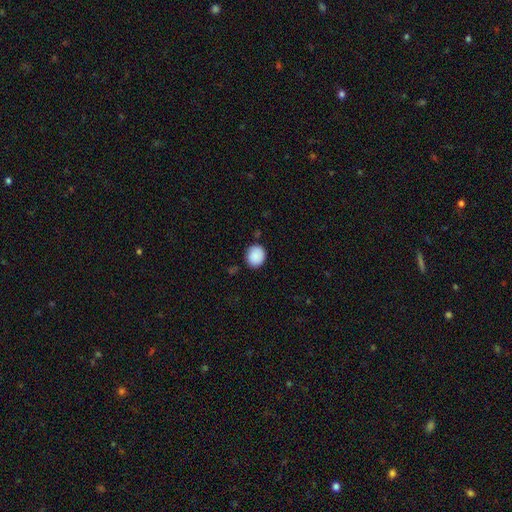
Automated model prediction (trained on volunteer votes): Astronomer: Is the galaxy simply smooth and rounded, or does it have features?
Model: smooth — 89%.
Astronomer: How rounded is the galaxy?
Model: round — 74%.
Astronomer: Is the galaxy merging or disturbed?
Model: none — 83%.